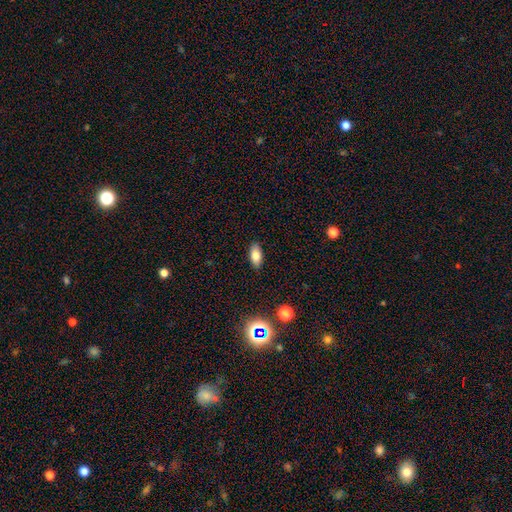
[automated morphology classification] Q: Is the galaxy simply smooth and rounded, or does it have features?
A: smooth — 79%.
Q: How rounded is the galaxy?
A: in between — 88%.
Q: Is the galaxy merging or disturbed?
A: none — 88%.